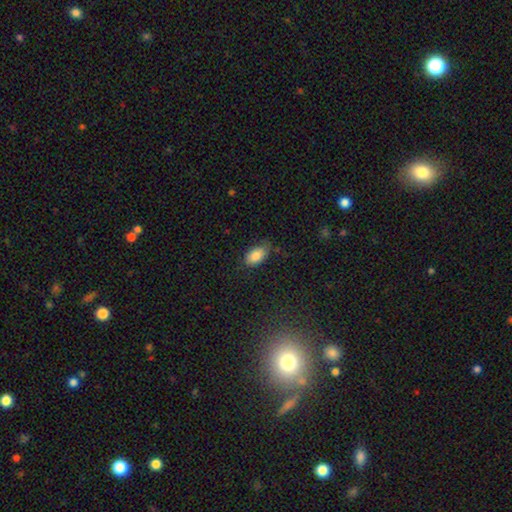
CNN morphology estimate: type=smooth (85%); roundness=in between (93%); merging=none (69%).